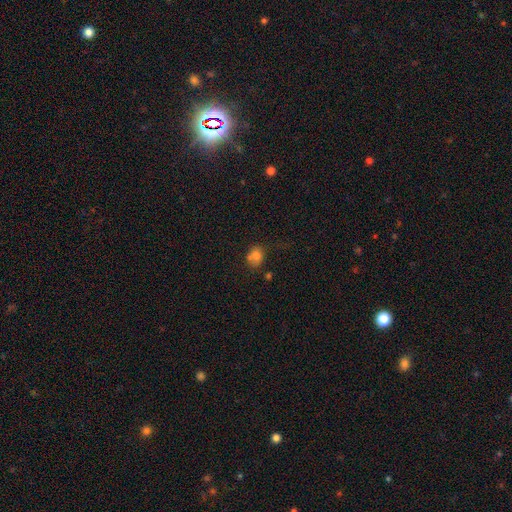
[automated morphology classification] This appears to be a smooth galaxy with no disk features (74%) that is round (54%). Merging: none (46%).